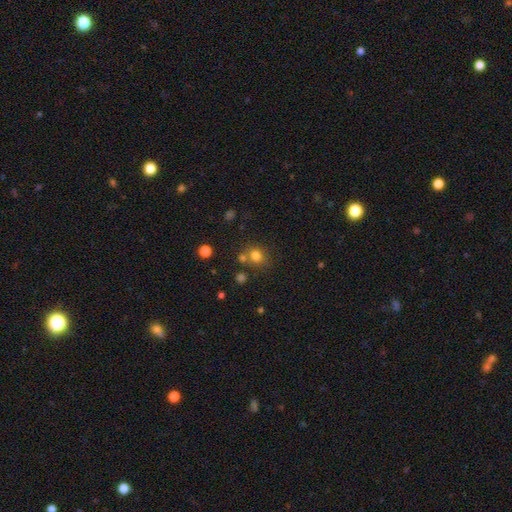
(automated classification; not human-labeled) Morphology: type=smooth (77%); roundness=round (82%); merging=none (67%).